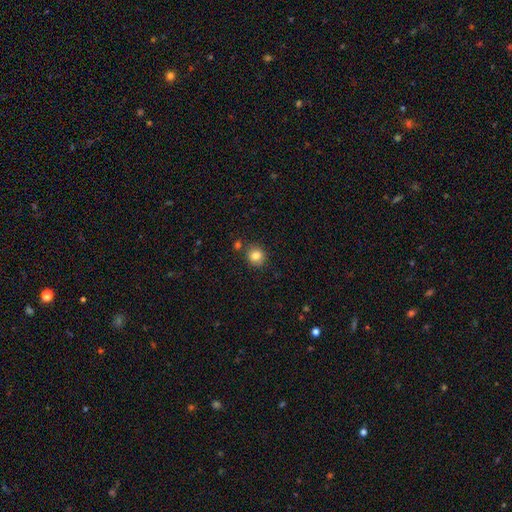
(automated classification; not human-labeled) Overall: smooth (83%). How rounded: round (84%). Merging: none (82%).